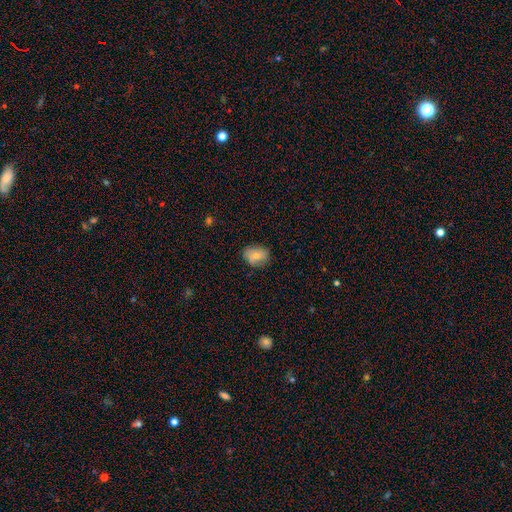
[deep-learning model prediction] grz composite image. It shows a smooth galaxy with no disk features (75%) that is in between round and cigar-shaped (70%). Merging: none (75%).